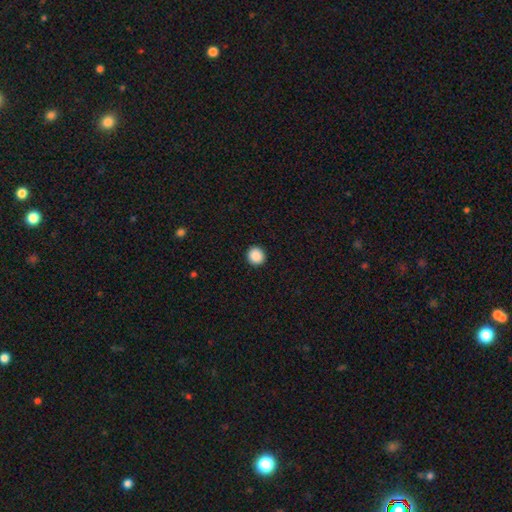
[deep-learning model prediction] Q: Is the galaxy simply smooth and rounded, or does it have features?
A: smooth — 89%.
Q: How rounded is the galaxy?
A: round — 92%.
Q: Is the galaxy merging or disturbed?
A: none — 93%.